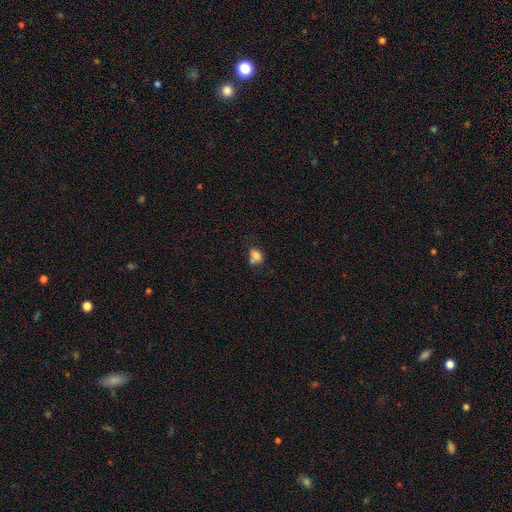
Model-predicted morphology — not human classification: type=smooth (79%); roundness=in between (63%); merging=none (41%).